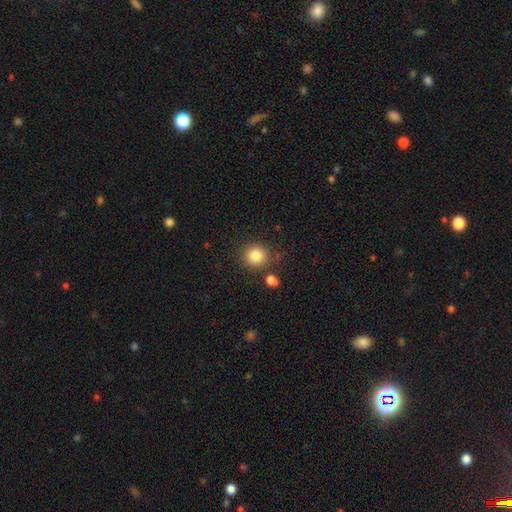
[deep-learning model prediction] smooth 84%, star or artifact 10%, featured or disk 5%. Down the decision tree: how rounded — round (86%); merging — none (80%).